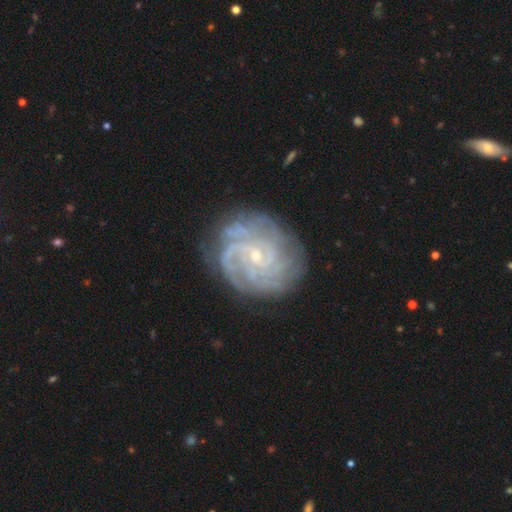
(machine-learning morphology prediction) This is clearly a featured or disk galaxy (88%). It is clearly not viewed edge-on (98%). Bar: possibly no (55%). Spiral arm pattern: clearly yes (97%). Spiral arm count: marginally can't tell (27%). Spiral winding: likely tight (75%). Central bulge: likely small (76%). Merging: likely none (79%).